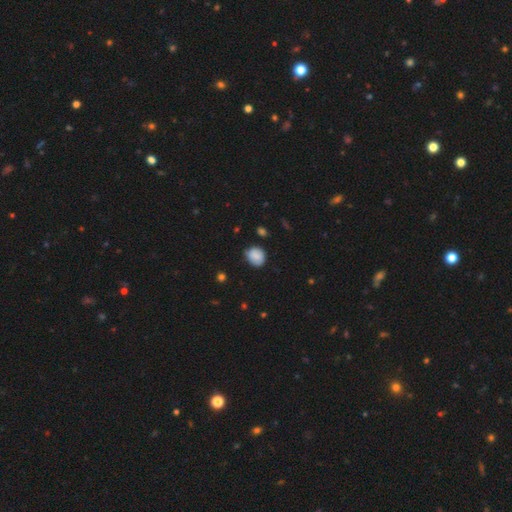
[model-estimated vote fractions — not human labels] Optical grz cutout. It shows a smooth galaxy with no disk features (85%) that is round (64%). Merging: none (70%).